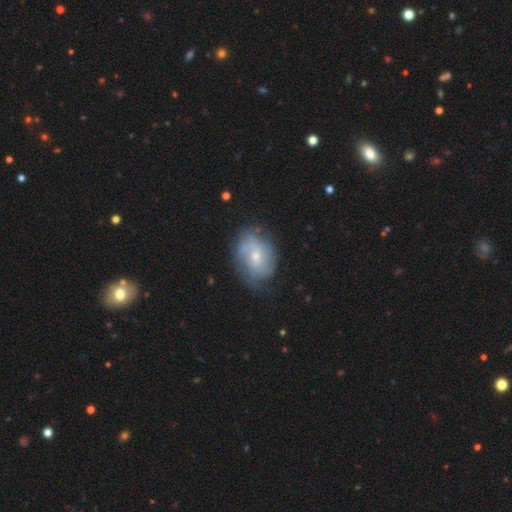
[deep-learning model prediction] This appears to be a featured or disk galaxy (61%) with no bar (56%), spiral arms (80%) and a small central bulge (54%). Merging: none (67%).